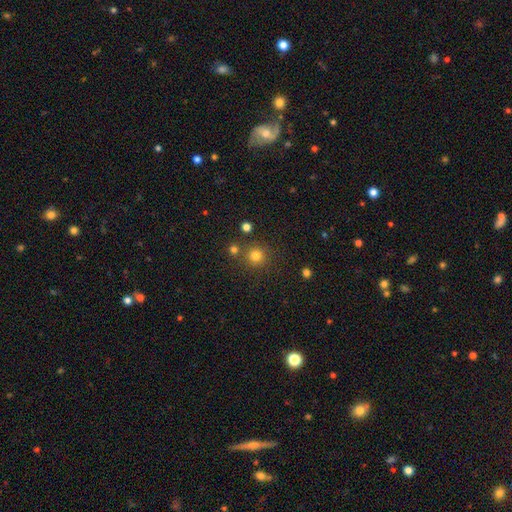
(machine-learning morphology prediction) Smooth or featured? Predicted: smooth (p=0.78). How rounded? Predicted: round (p=0.93). Merging? Predicted: none (p=0.78).